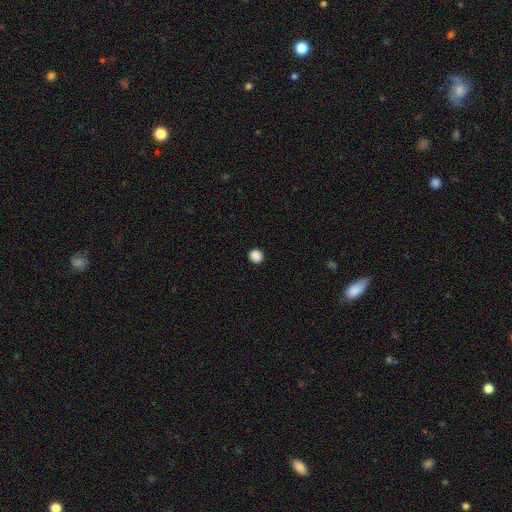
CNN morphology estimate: Overall: smooth (88%). How rounded: round (88%). Merging: none (93%).